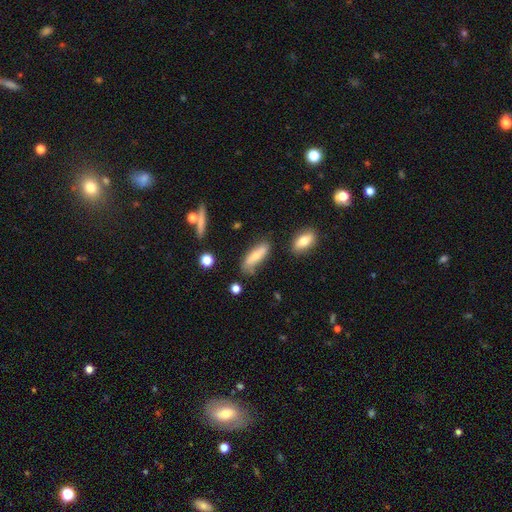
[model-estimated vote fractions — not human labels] Overall: smooth (68%). How rounded: in between (49%, tied with cigar-shaped). Merging: none (67%).